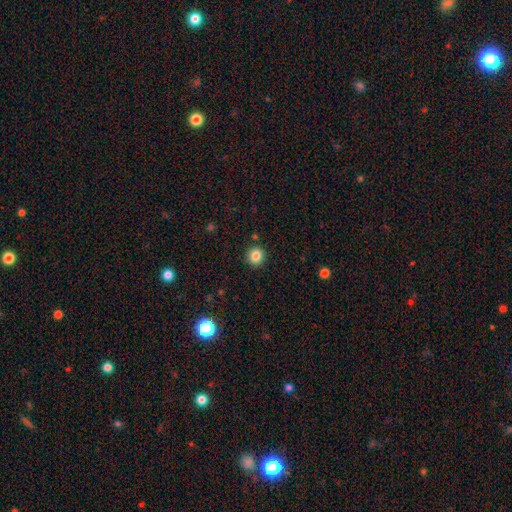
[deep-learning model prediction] smooth 84%, star or artifact 11%, featured or disk 5%. Down the decision tree: how rounded — round (90%); merging — none (91%).